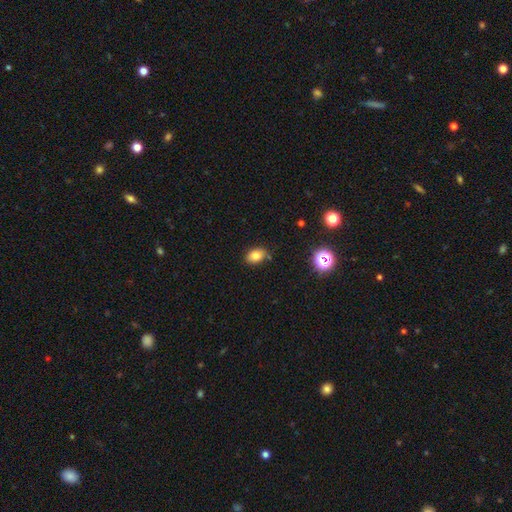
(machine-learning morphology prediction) Smooth or featured? Predicted: smooth (p=0.79). How rounded? Predicted: in between (p=0.79). Merging? Predicted: none (p=0.78).